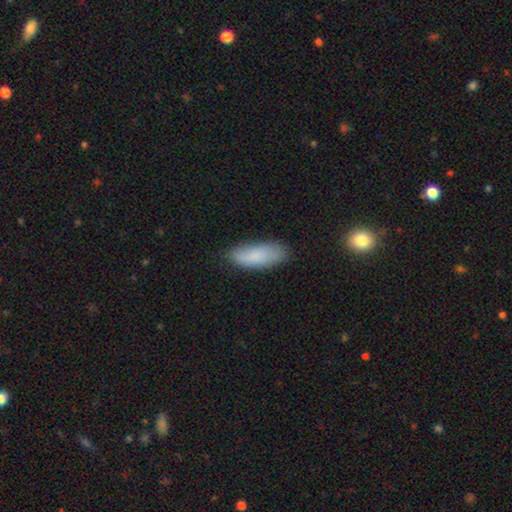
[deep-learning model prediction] Overall: smooth (85%). How rounded: in between (72%). Merging: none (76%).